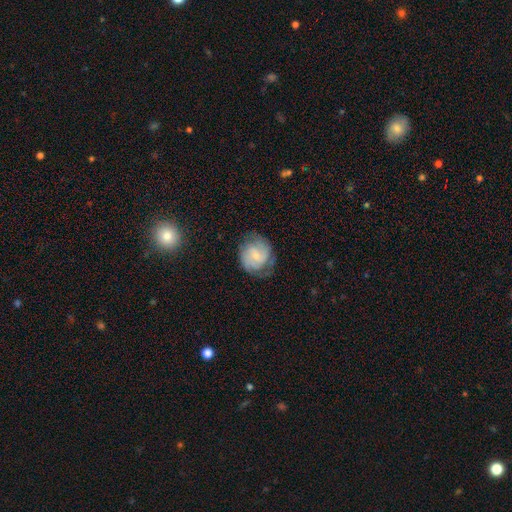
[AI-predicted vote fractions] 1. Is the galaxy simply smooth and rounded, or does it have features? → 68% featured or disk, 25% smooth, 7% star or artifact.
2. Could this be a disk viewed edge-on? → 98% no, 2% yes.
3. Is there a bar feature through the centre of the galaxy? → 48% no, 44% weak, 8% strong.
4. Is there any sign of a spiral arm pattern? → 92% yes, 8% no.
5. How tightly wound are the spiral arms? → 48% tight, 40% medium, 12% loose.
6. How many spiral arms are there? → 67% 2, 18% can't tell, 8% 3, 3% 1, 2% 4, 2% more than 4.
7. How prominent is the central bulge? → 65% small, 25% moderate, 7% none, 2% large, 1% dominant.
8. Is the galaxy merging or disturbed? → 69% none, 20% minor disturbance, 10% major disturbance, 1% merger.